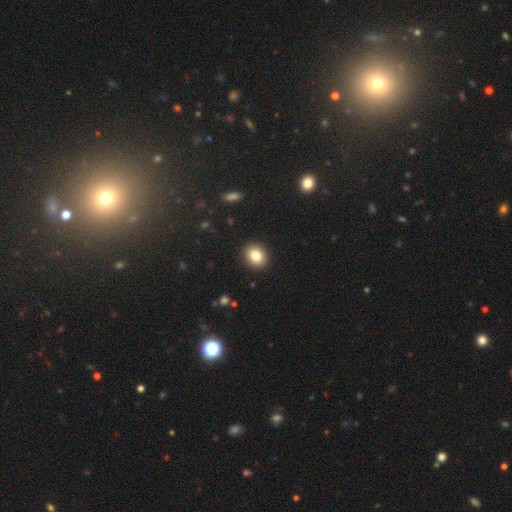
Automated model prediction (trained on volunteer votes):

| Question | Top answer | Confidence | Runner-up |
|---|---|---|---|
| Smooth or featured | smooth | 83% | star or artifact (10%) |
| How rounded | round | 66% | in between (34%) |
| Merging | none | 91% | minor disturbance (6%) |